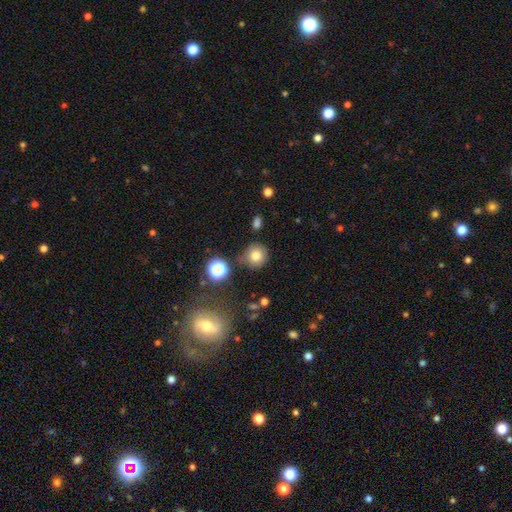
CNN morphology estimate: This is likely a smooth galaxy (76%). How rounded: clearly round (92%). Merging: likely none (79%).